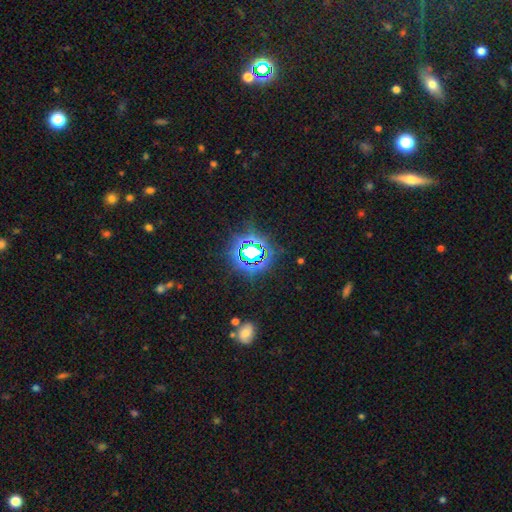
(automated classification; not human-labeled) A star or artifact, not a galaxy (77%).